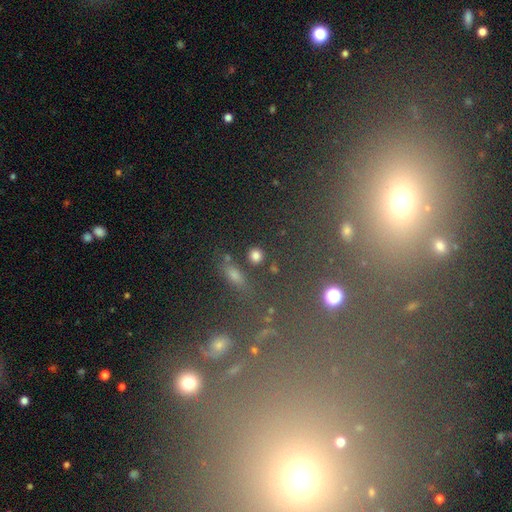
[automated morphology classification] Q: Smooth or featured?
A: smooth (78%); runner-up: star or artifact (16%)
Q: How rounded?
A: round (84%); runner-up: in between (14%)
Q: Merging?
A: none (83%); runner-up: minor disturbance (7%)